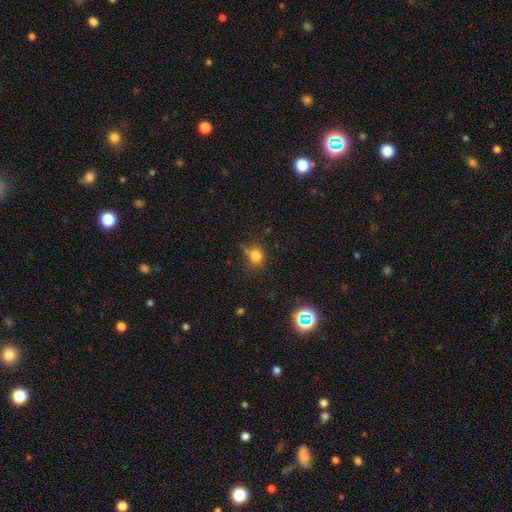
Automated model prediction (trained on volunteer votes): A smooth galaxy with no disk features (79%) that is round (67%).

Vote fractions:
- Smooth or featured? smooth: 79% / star or artifact: 14% / featured or disk: 6%
- How rounded? round: 67% / in between: 31% / cigar-shaped: 1%
- Merging? none: 67% / minor disturbance: 19% / merger: 8% / major disturbance: 6%